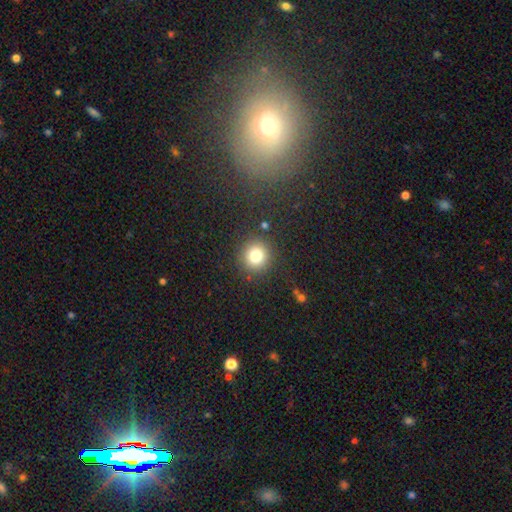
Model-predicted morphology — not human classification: smooth-or-featured: smooth: 80% | star or artifact: 13% | featured or disk: 7%
  how-rounded: round: 91% | in between: 8% | cigar-shaped: 1%
  merging: none: 88% | minor disturbance: 7% | major disturbance: 3% | merger: 2%